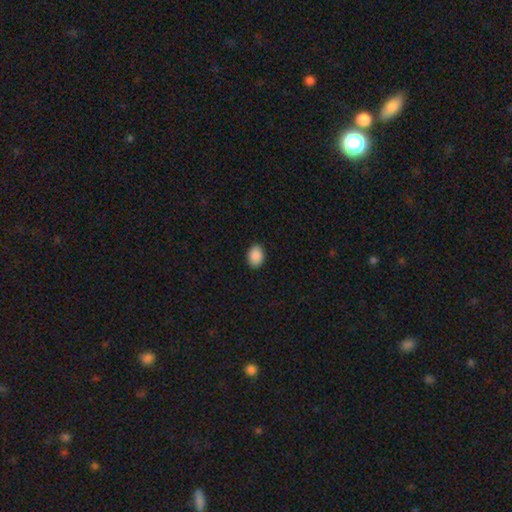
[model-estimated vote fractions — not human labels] A smooth galaxy with no disk features (90%) that is in between round and cigar-shaped (72%). Merging: none (90%).